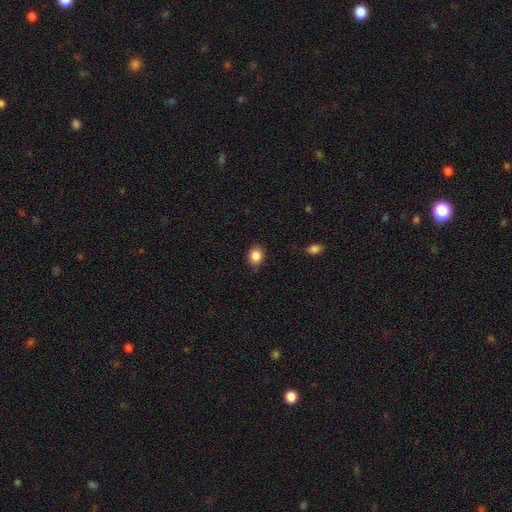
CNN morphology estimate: Smooth or featured? Predicted: smooth (p=0.86). How rounded? Predicted: round (p=0.60). Merging? Predicted: none (p=0.78).